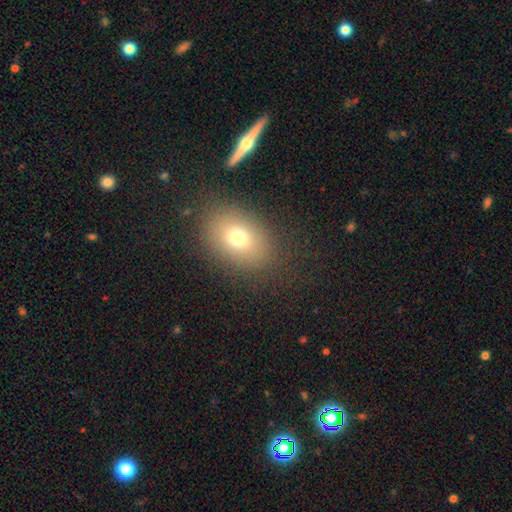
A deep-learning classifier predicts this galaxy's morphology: Smooth or featured? Predicted: smooth (p=0.68). How rounded? Predicted: in between (p=0.68). Merging? Predicted: none (p=0.84).